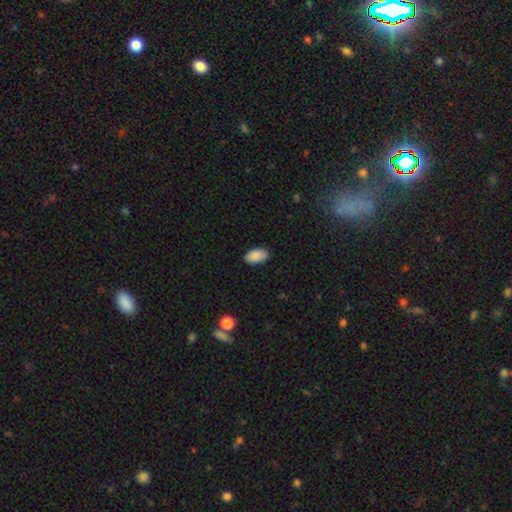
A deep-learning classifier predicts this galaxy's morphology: smooth-or-featured: smooth: 89% | star or artifact: 7% | featured or disk: 4%
  how-rounded: in between: 94% | round: 4% | cigar-shaped: 1%
  merging: none: 85% | minor disturbance: 12% | major disturbance: 2% | merger: 1%